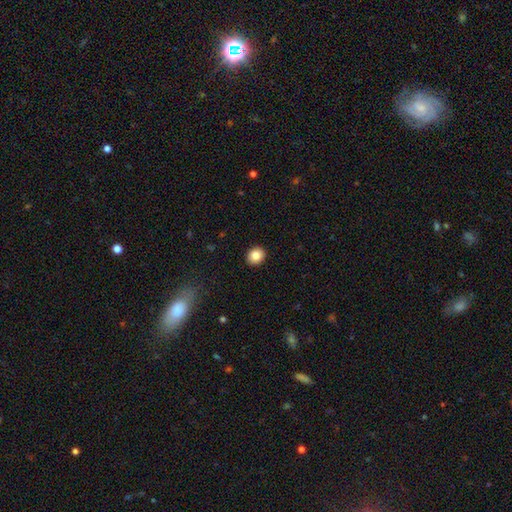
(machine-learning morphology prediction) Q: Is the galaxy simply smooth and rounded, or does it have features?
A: smooth — 84%.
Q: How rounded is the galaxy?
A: round — 73%.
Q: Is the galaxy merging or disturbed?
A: none — 92%.